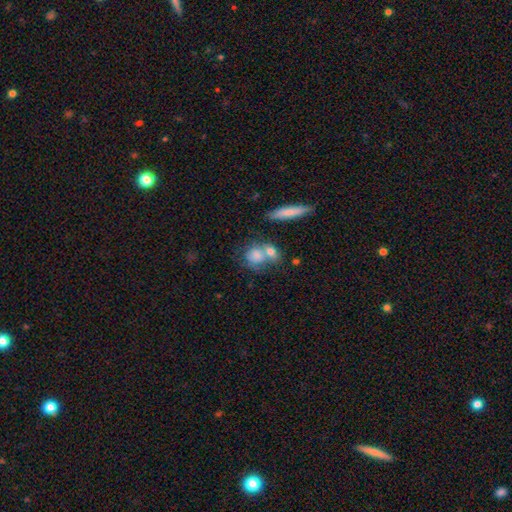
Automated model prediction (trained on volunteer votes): The model was most divided on "how rounded" (2-way tie): in between: 47%, round: 47%, cigar-shaped: 7%. Remaining: smooth or featured — smooth (70%); merging — merger (43%).